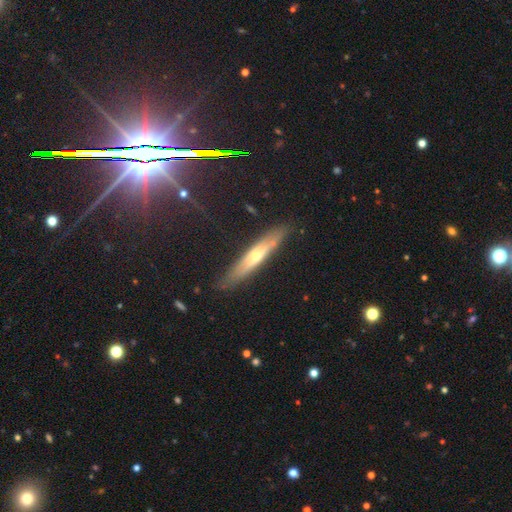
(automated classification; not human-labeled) smooth_or_featured: featured or disk (p=0.60) [alt: smooth p=0.33]
disk_edge_on: yes (p=0.83) [alt: no p=0.17]
merging: none (p=0.83) [alt: minor disturbance p=0.13]